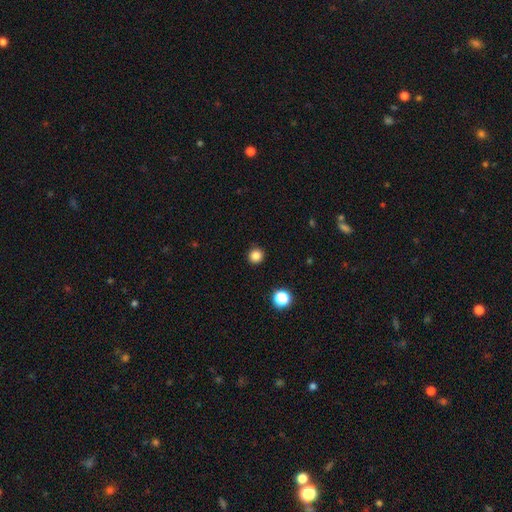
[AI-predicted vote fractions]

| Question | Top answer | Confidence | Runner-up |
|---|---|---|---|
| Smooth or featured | smooth | 83% | star or artifact (13%) |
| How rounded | round | 95% | in between (4%) |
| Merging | none | 92% | minor disturbance (5%) |